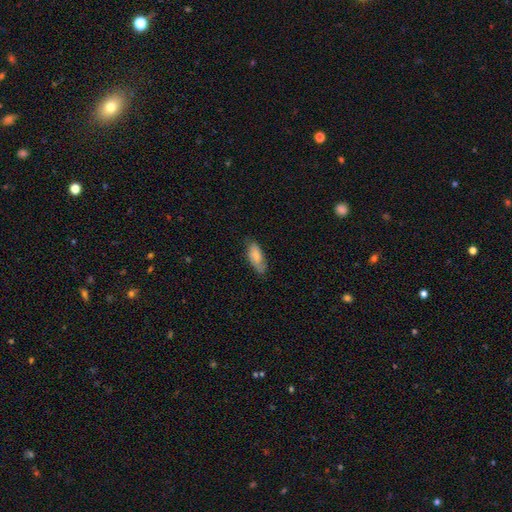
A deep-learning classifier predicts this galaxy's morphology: Smooth or featured: smooth — 71% (featured or disk — 23%)
How rounded: in between — 82% (cigar-shaped — 16%)
Merging: none — 68% (minor disturbance — 25%)